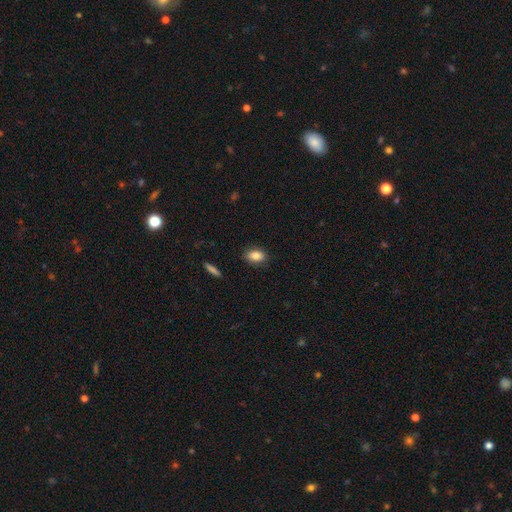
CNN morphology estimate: Overall: smooth (86%). How rounded: in between (86%). Merging: none (86%).